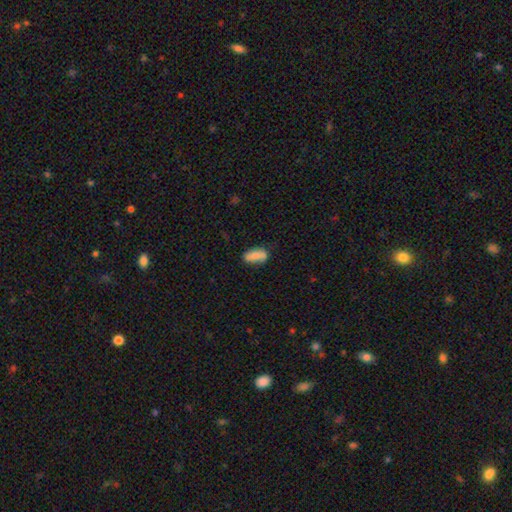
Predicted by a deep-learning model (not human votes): A smooth galaxy with no disk features (77%) that is in between round and cigar-shaped (83%). Merging: none (61%).